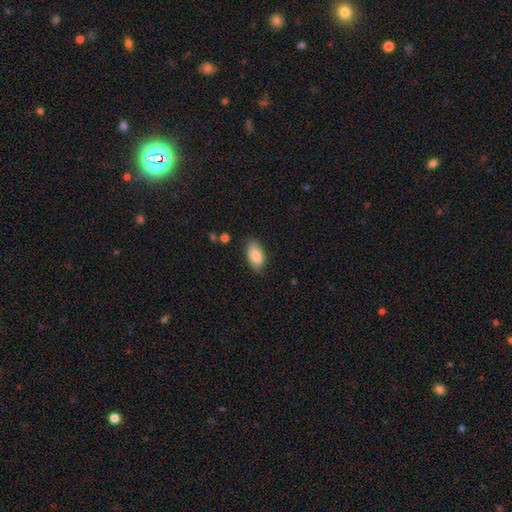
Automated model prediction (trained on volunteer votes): A smooth galaxy with no disk features (86%) that is in between round and cigar-shaped (92%).

Vote fractions:
- Smooth or featured? smooth: 86% / featured or disk: 7% / star or artifact: 7%
- How rounded? in between: 92% / cigar-shaped: 4% / round: 4%
- Merging? none: 78% / minor disturbance: 18% / major disturbance: 3% / merger: 2%